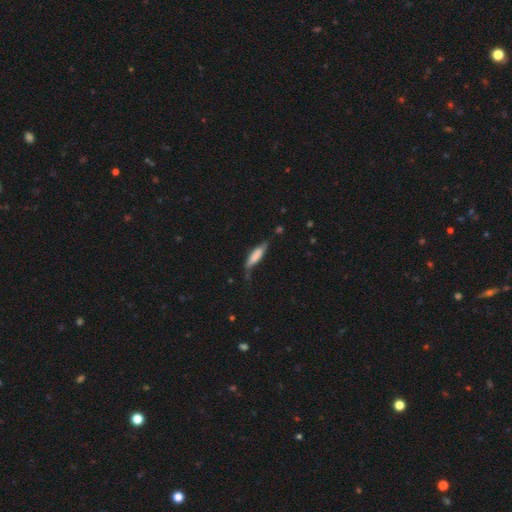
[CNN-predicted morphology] Smooth or featured?
  - smooth: 69% *
  - featured or disk: 25%
  - star or artifact: 6%
How rounded?
  - cigar-shaped: 64% *
  - in between: 34%
  - round: 2%
Merging?
  - none: 52% *
  - minor disturbance: 34%
  - major disturbance: 11%
  - merger: 3%